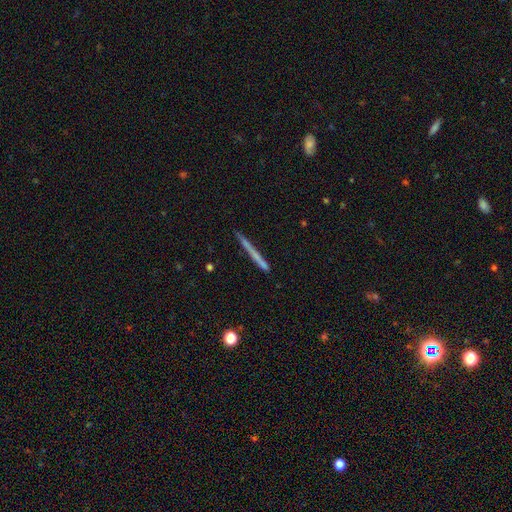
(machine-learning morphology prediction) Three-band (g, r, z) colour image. It shows a smooth galaxy with no disk features (50%) that is cigar-shaped (96%). Merging: none (89%).